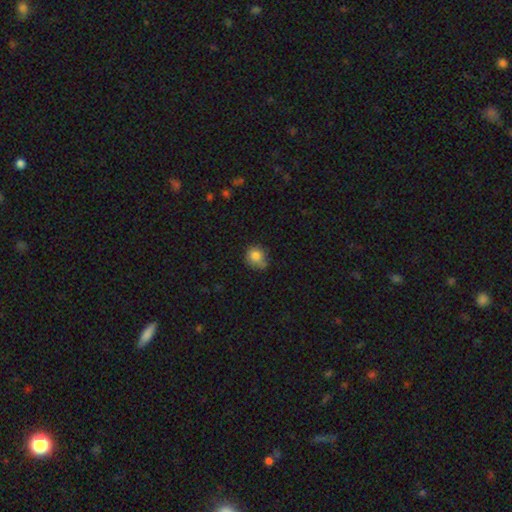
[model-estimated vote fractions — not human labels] smooth 80%, star or artifact 10%, featured or disk 9%. Down the decision tree: how rounded — round (79%); merging — none (59%).